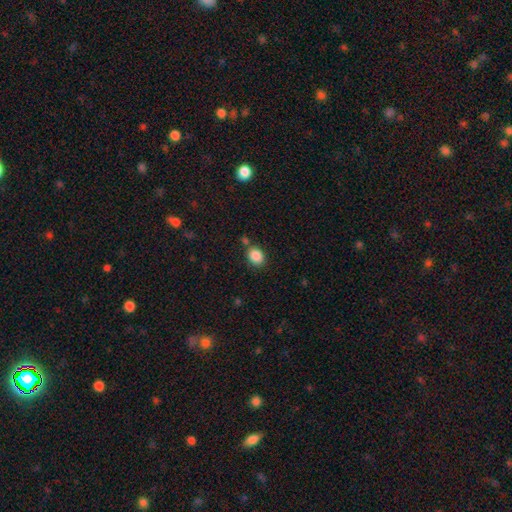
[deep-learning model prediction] Smooth or featured: smooth — 87% (star or artifact — 9%)
How rounded: in between — 50% (round — 49%)
Merging: none — 76% (minor disturbance — 13%)